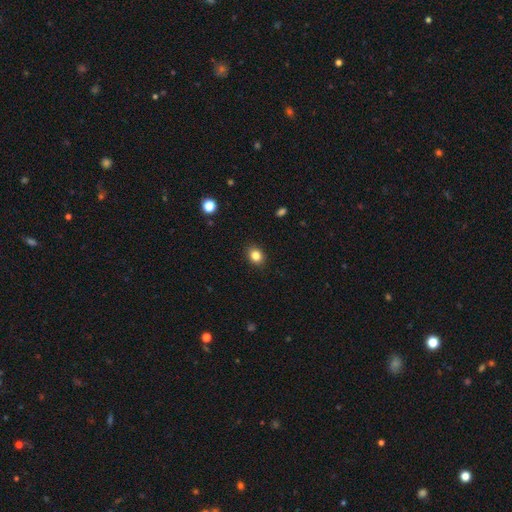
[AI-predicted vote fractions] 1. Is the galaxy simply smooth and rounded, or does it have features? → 84% smooth, 11% star or artifact, 6% featured or disk.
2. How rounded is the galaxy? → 53% round, 46% in between, 1% cigar-shaped.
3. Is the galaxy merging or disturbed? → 90% none, 7% minor disturbance, 2% major disturbance, 1% merger.